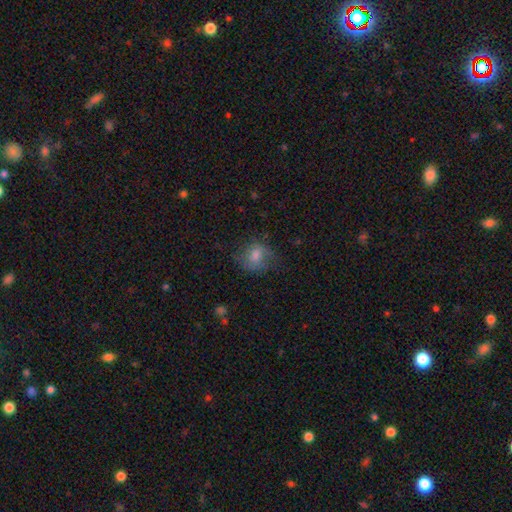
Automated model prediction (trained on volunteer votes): smooth 65%, featured or disk 23%, star or artifact 12%. Down the decision tree: how rounded — round (64%); merging — none (64%).